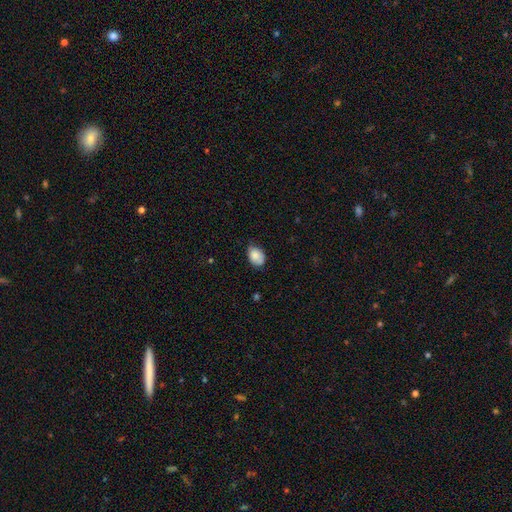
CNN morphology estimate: smooth_or_featured: smooth (p=0.84) [alt: featured or disk p=0.09]
how_rounded: in between (p=0.78) [alt: round p=0.21]
merging: none (p=0.63) [alt: minor disturbance p=0.30]